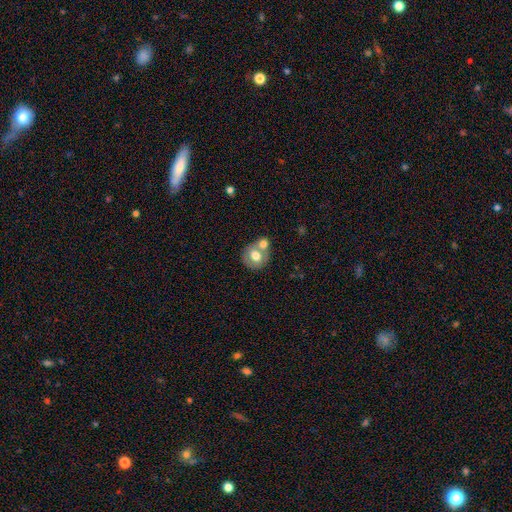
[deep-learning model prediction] smooth_or_featured: smooth (p=0.63) [alt: featured or disk p=0.29]
how_rounded: round (p=0.73) [alt: in between p=0.26]
merging: merger (p=0.46) [alt: none p=0.39]